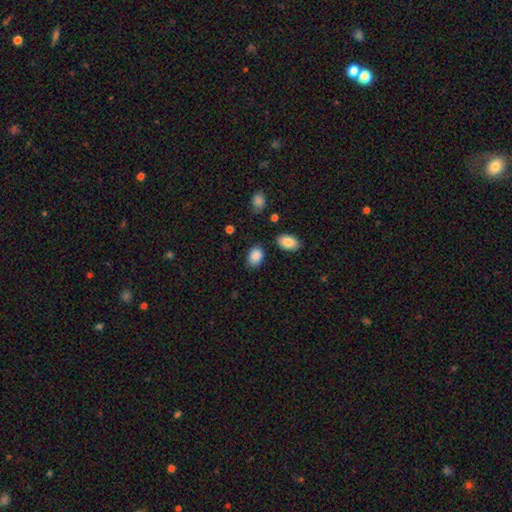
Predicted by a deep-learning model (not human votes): Smooth or featured? Predicted: smooth (p=0.88). How rounded? Predicted: in between (p=0.83). Merging? Predicted: none (p=0.80).